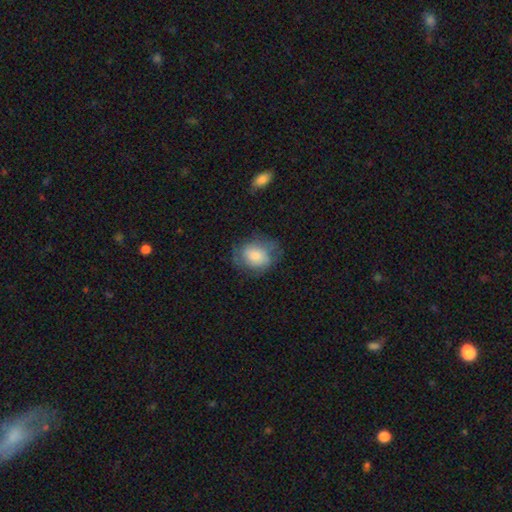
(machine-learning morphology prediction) smooth-or-featured: smooth: 65% | featured or disk: 27% | star or artifact: 8%
  how-rounded: in between: 50% | round: 49% | cigar-shaped: 1%
  merging: none: 56% | minor disturbance: 27% | major disturbance: 15% | merger: 2%